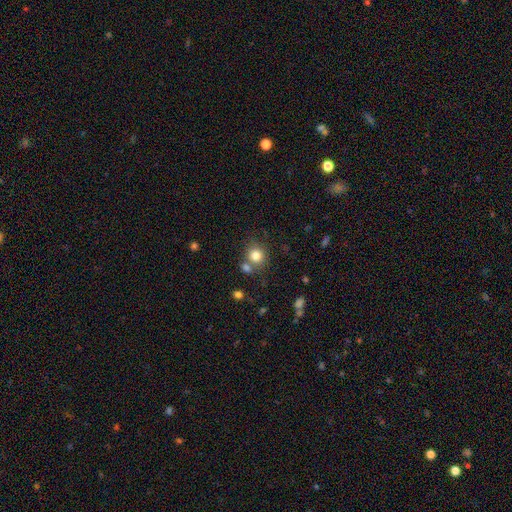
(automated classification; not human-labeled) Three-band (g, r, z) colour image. It shows a smooth galaxy with no disk features (81%) that is round (85%). Merging: none (65%).